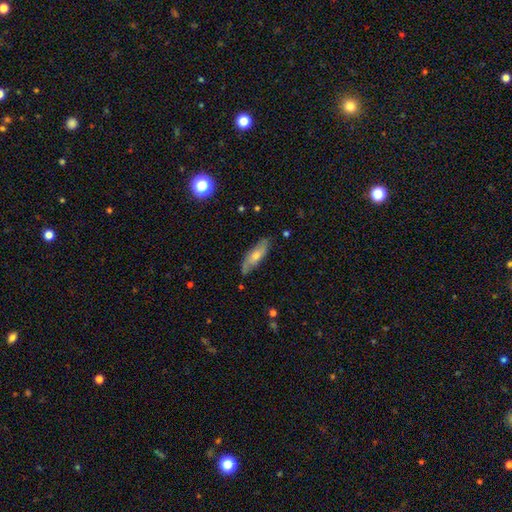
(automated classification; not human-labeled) This is possibly a smooth galaxy (49%). Merging: likely none (79%).